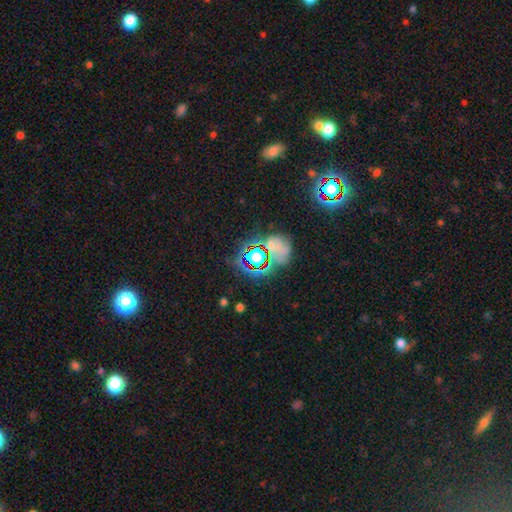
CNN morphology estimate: smooth_or_featured: star or artifact (p=0.56) [alt: smooth p=0.28]